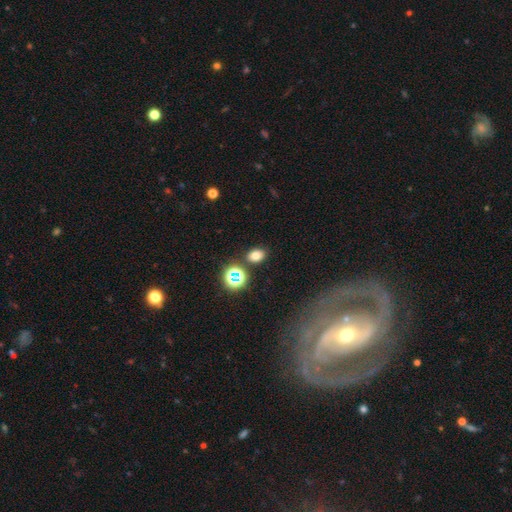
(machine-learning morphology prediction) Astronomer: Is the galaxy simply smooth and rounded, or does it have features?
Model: smooth — 72%.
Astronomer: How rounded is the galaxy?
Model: in between — 66%.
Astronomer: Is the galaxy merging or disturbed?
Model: none — 82%.